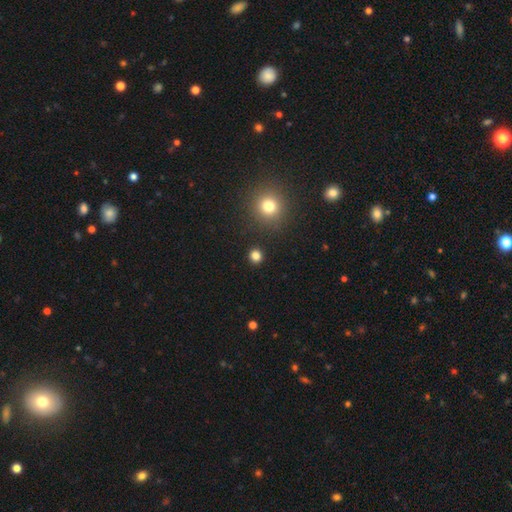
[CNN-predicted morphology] type=smooth (82%); roundness=round (88%); merging=none (91%).